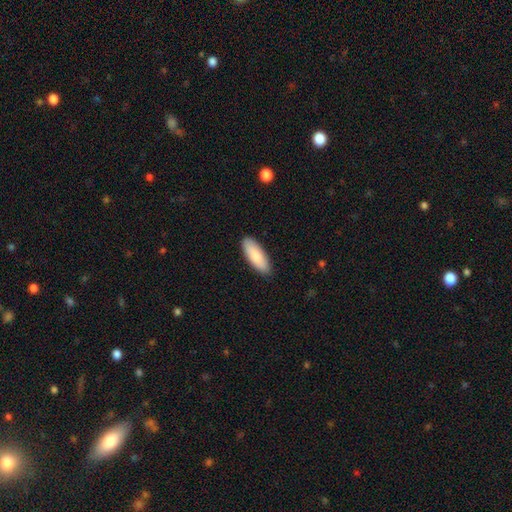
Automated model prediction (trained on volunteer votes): Q: Smooth or featured?
A: smooth (86%); runner-up: featured or disk (9%)
Q: How rounded?
A: in between (72%); runner-up: cigar-shaped (26%)
Q: Merging?
A: none (89%); runner-up: minor disturbance (9%)